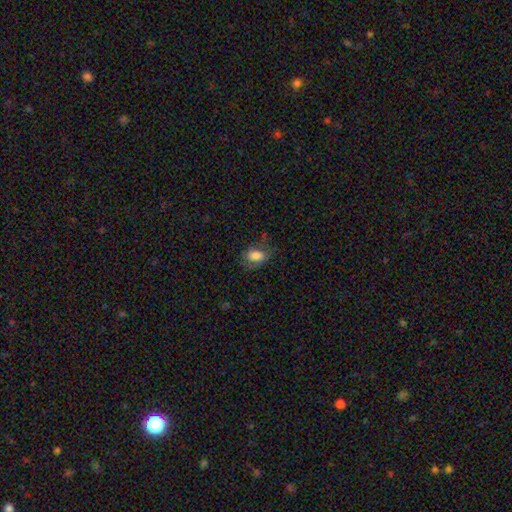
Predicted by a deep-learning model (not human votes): This is likely a smooth galaxy (76%). How rounded: clearly in between (85%). Merging: likely none (61%).